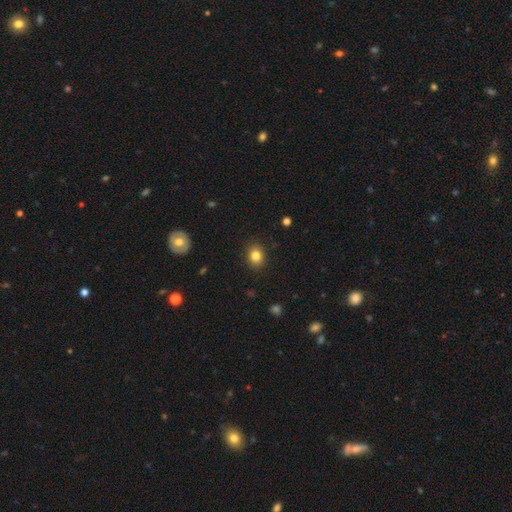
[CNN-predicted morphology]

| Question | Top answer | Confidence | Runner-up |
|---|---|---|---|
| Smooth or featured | smooth | 83% | star or artifact (11%) |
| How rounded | round | 56% | in between (43%) |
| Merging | none | 89% | minor disturbance (8%) |